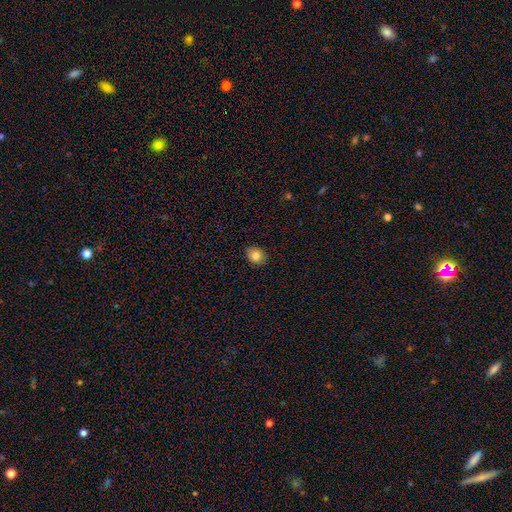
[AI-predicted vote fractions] smooth-or-featured: smooth: 83% | star or artifact: 10% | featured or disk: 7%
  how-rounded: round: 50% | in between: 49% | cigar-shaped: 1%
  merging: none: 86% | minor disturbance: 11% | major disturbance: 2% | merger: 1%